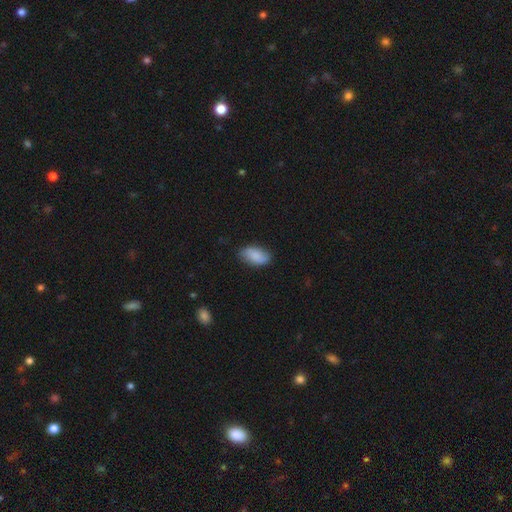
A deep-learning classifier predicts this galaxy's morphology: smooth 81%, featured or disk 13%, star or artifact 6%. Down the decision tree: how rounded — in between (93%); merging — none (78%).